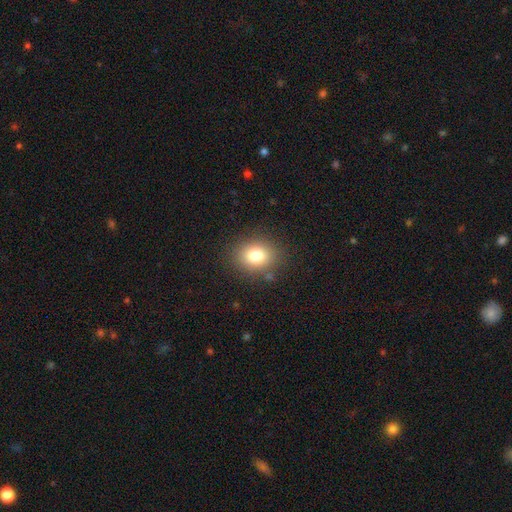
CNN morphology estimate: The model was most divided on "how rounded": round: 62%, in between: 37%, cigar-shaped: 1%. More confident: merging — none (86%); smooth or featured — smooth (80%).